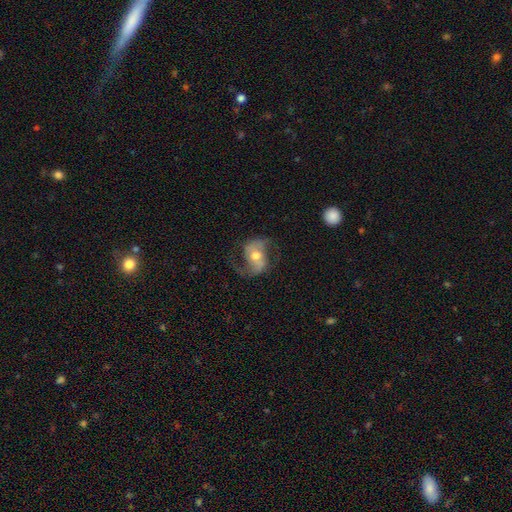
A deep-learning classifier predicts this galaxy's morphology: Smooth or featured: featured or disk — 80% (smooth — 14%)
Edge-on disk: no — 97% (yes — 3%)
Bar: no — 42% (weak — 39%)
Spiral arms: yes — 92% (no — 8%)
Spiral winding: loose — 53% (medium — 39%)
Spiral arm count: 2 — 89% (1 — 4%)
Bulge size: moderate — 69% (small — 21%)
Merging: none — 66% (minor disturbance — 17%)